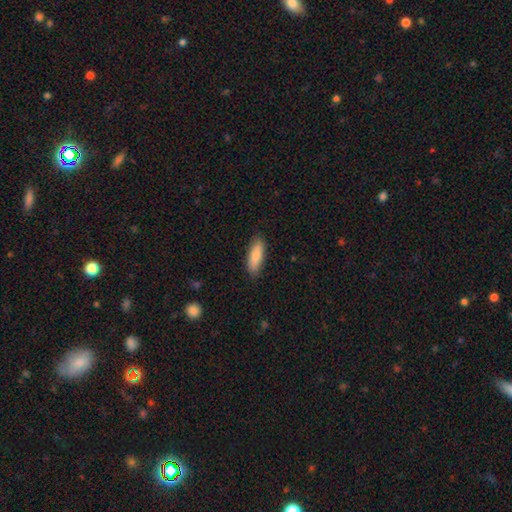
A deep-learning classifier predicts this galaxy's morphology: The model was most divided on "how rounded": in between: 60%, cigar-shaped: 38%, round: 2%. More confident: merging — none (86%); smooth or featured — smooth (83%).